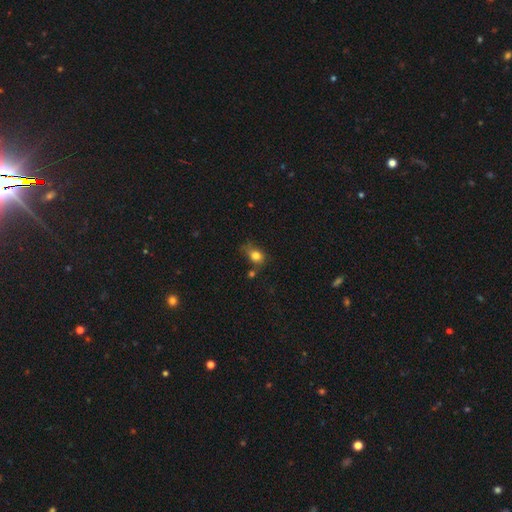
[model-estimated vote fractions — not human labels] A smooth galaxy with no disk features (80%) that is in between round and cigar-shaped (52%).

Vote fractions:
- Smooth or featured? smooth: 80% / star or artifact: 11% / featured or disk: 9%
- How rounded? in between: 52% / round: 47% / cigar-shaped: 2%
- Merging? none: 46% / minor disturbance: 32% / major disturbance: 14% / merger: 7%